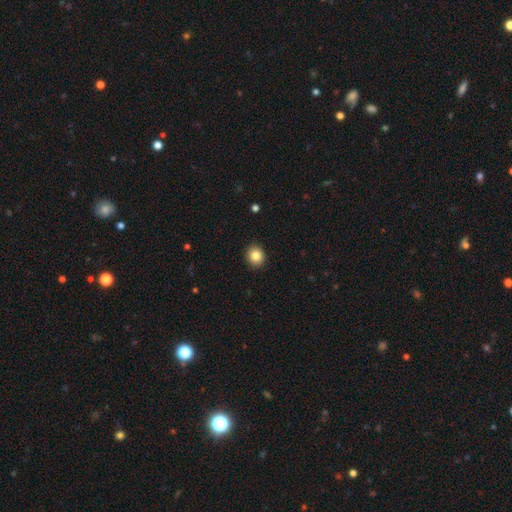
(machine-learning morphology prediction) Smooth or featured: smooth — 85% (star or artifact — 10%)
How rounded: round — 81% (in between — 19%)
Merging: none — 92% (minor disturbance — 6%)